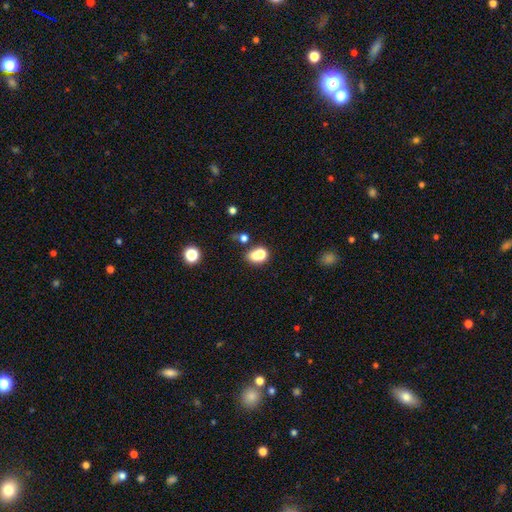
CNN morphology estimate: This is likely a smooth galaxy (70%). How rounded: possibly round (50%). Merging: possibly merger (45%).